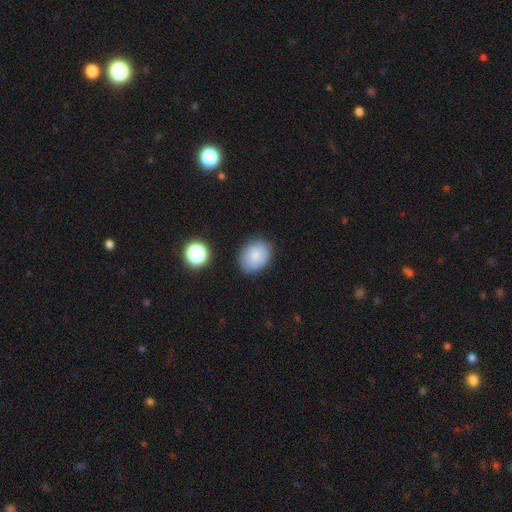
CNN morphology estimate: Overall: smooth (82%). How rounded: in between (62%; round 37%). Merging: none (80%).